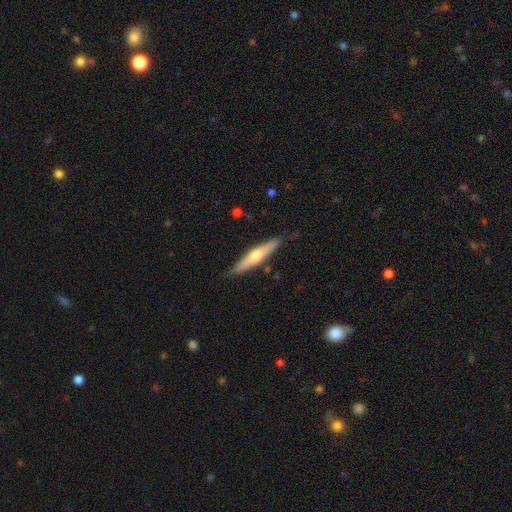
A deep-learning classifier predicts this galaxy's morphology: Smooth or featured? Predicted: featured or disk (p=0.53). Edge-on disk? Predicted: yes (p=0.94). Edge-on bulge? Predicted: rounded (p=0.88). Merging? Predicted: none (p=0.86).